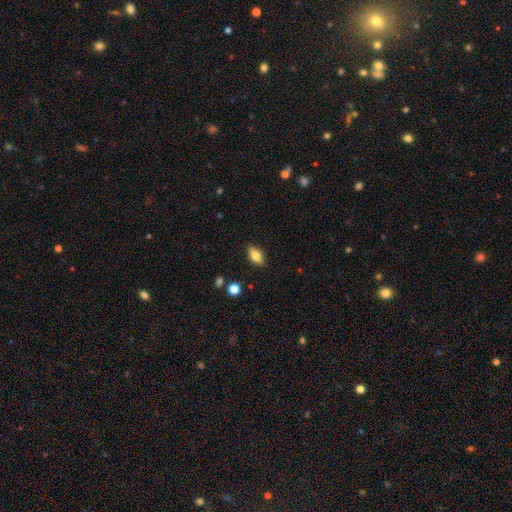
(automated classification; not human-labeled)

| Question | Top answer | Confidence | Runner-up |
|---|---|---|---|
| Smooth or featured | smooth | 81% | featured or disk (11%) |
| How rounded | in between | 87% | round (8%) |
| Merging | none | 86% | minor disturbance (11%) |